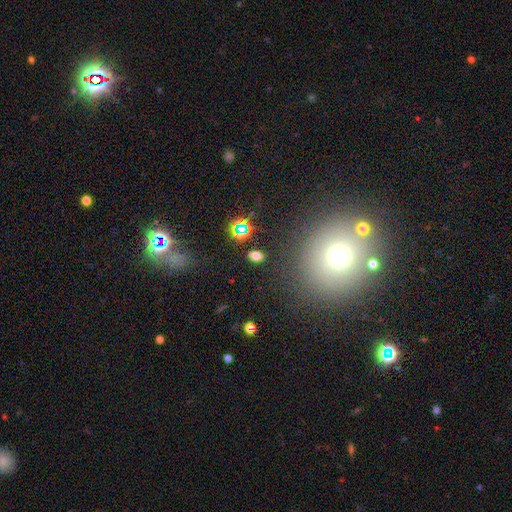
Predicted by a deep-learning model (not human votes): Q: Smooth or featured?
A: smooth (72%); runner-up: star or artifact (21%)
Q: How rounded?
A: in between (84%); runner-up: round (13%)
Q: Merging?
A: none (86%); runner-up: minor disturbance (8%)